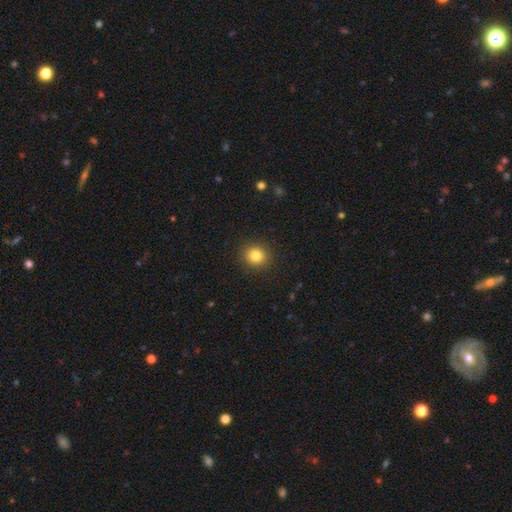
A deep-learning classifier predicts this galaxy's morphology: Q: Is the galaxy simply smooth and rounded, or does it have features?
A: smooth — 82%.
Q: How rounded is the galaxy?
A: round — 86%.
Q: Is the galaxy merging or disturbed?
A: none — 91%.